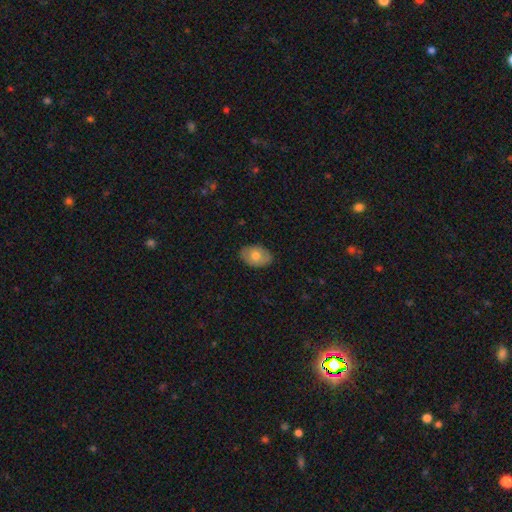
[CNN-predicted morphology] The model was most divided on "smooth or featured": smooth: 72%, featured or disk: 21%, star or artifact: 7%. More confident: merging — none (86%); how rounded — in between (85%).